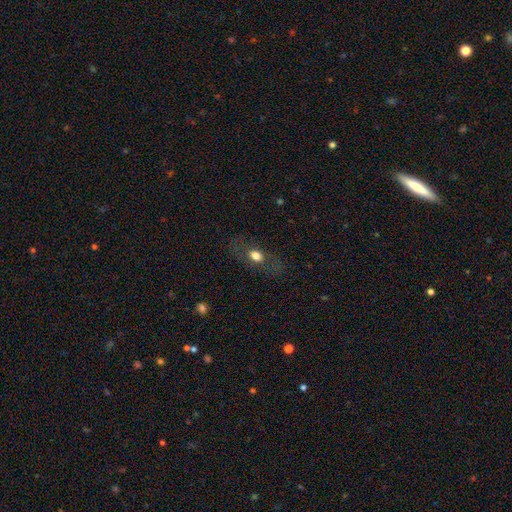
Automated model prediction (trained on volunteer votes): smooth-or-featured: smooth: 61% | featured or disk: 27% | star or artifact: 12%
  how-rounded: in between: 71% | round: 18% | cigar-shaped: 12%
  merging: none: 78% | minor disturbance: 13% | major disturbance: 8% | merger: 2%